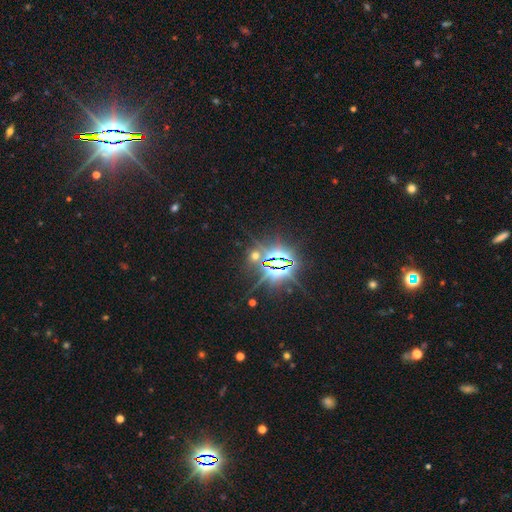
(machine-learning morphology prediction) Overall: star or artifact (76%).